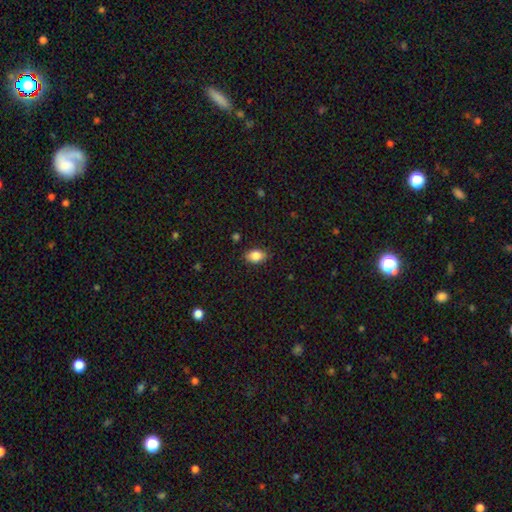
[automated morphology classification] Q: Smooth or featured?
A: smooth (85%); runner-up: star or artifact (8%)
Q: How rounded?
A: in between (84%); runner-up: round (14%)
Q: Merging?
A: none (83%); runner-up: minor disturbance (13%)